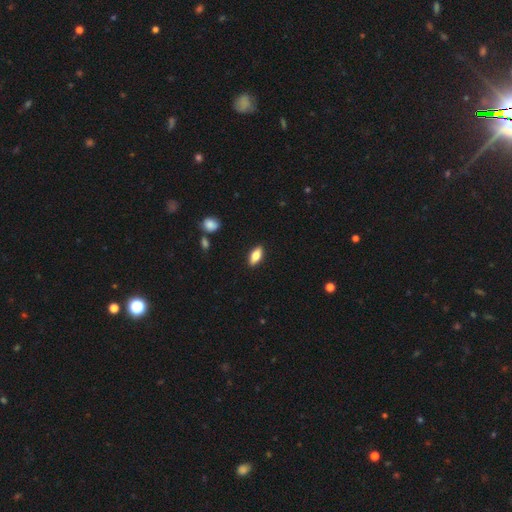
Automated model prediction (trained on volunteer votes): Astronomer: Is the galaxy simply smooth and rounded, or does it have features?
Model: smooth — 70%.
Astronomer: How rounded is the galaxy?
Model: in between — 80%.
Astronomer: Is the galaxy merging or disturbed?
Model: none — 88%.